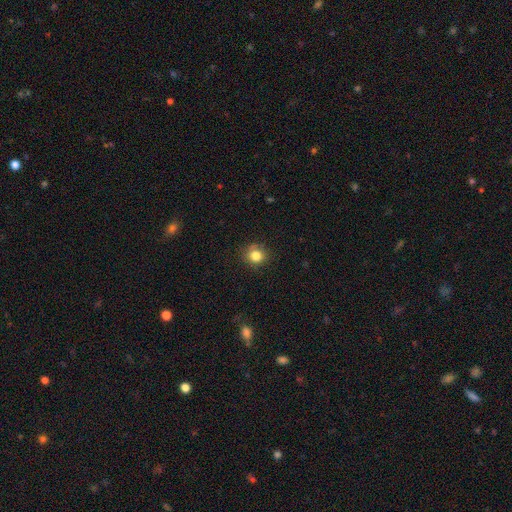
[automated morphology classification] type=smooth (83%); roundness=round (86%); merging=none (82%).